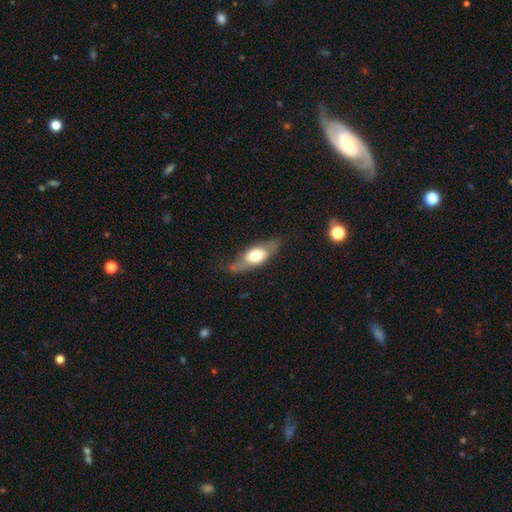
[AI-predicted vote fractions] Smooth or featured: featured or disk — 50% (smooth — 44%)
Edge-on disk: no — 58% (yes — 42%)
Merging: none — 57% (minor disturbance — 26%)